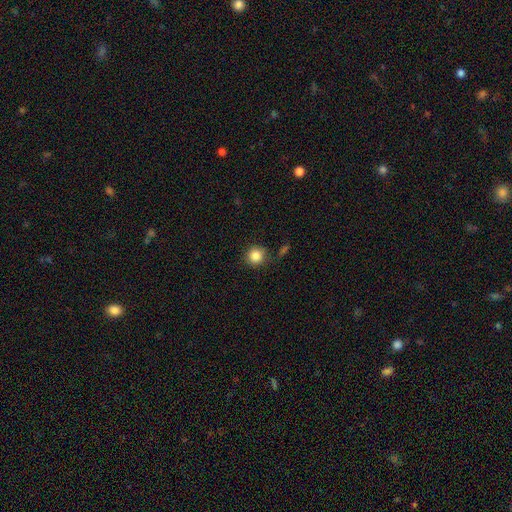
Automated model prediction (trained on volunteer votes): Smooth or featured? Predicted: smooth (p=0.85). How rounded? Predicted: round (p=0.92). Merging? Predicted: none (p=0.83).